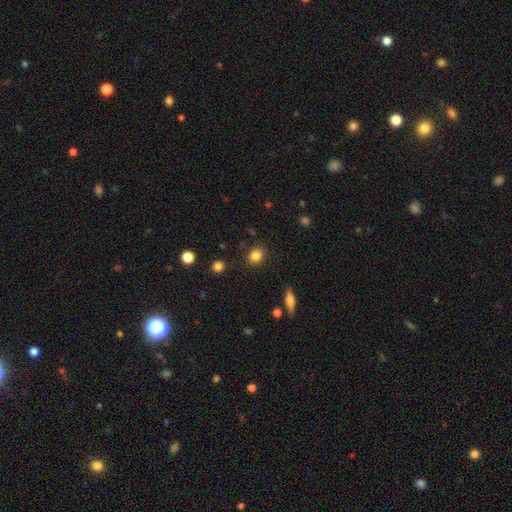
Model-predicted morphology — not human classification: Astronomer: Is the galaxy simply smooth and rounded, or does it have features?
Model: smooth — 84%.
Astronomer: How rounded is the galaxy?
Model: round — 68%.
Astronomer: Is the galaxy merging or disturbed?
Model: none — 87%.